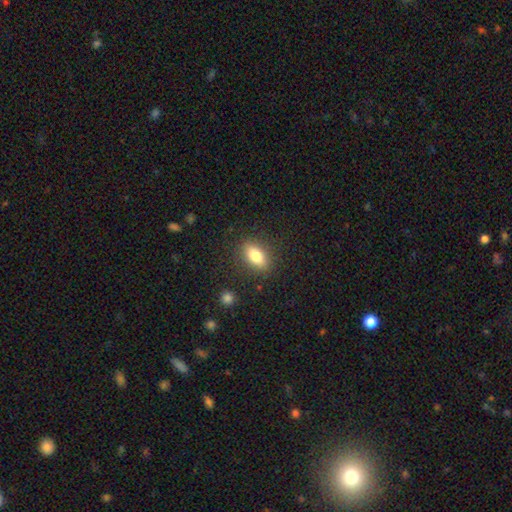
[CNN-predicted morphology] Smooth or featured?
  - smooth: 79% *
  - featured or disk: 13%
  - star or artifact: 8%
How rounded?
  - in between: 83% *
  - round: 8%
  - cigar-shaped: 8%
Merging?
  - none: 86% *
  - minor disturbance: 10%
  - major disturbance: 3%
  - merger: 2%